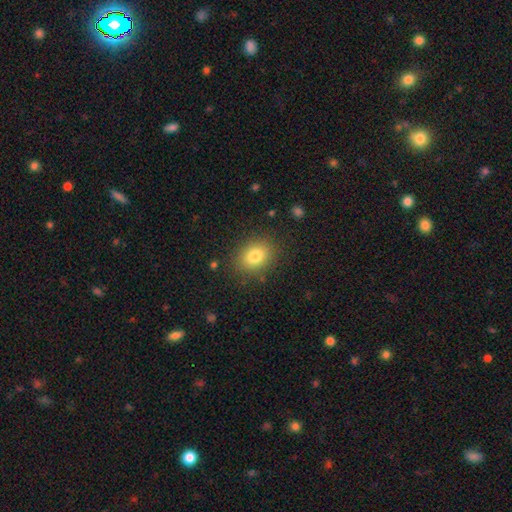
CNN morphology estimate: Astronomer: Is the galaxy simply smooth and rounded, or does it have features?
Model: smooth — 81%.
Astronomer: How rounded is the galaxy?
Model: in between — 54% (runner-up: round, 45%).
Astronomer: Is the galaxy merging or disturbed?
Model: none — 85%.